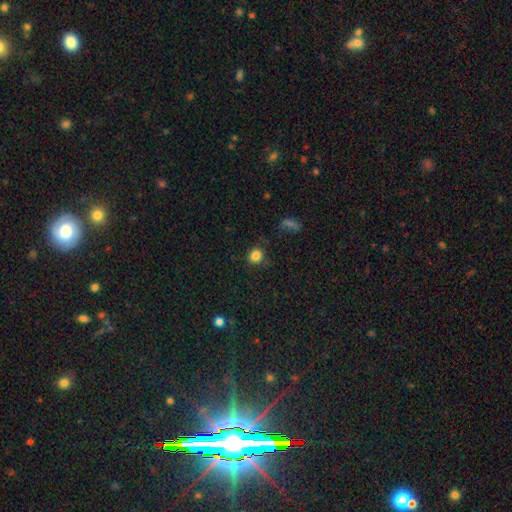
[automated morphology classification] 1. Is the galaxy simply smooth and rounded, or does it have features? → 84% smooth, 12% star or artifact, 4% featured or disk.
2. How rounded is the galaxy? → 89% round, 10% in between, 1% cigar-shaped.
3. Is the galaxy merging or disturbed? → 84% none, 10% minor disturbance, 4% major disturbance, 2% merger.